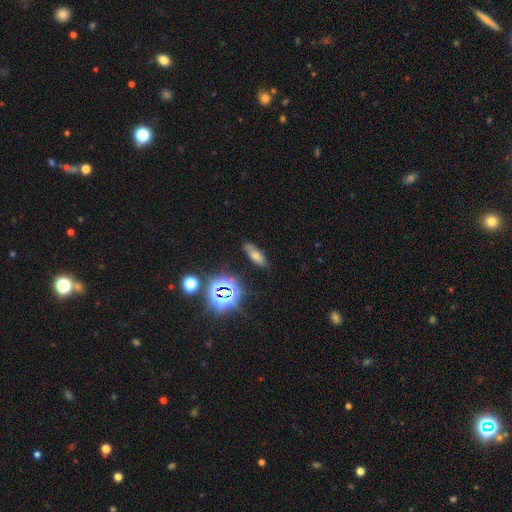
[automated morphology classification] Overall: smooth (46%; star or artifact 32%). Merging: none (82%).